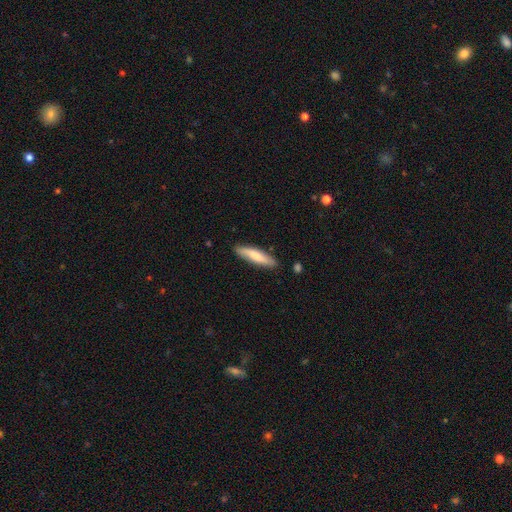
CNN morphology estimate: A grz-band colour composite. It shows a smooth galaxy with no disk features (70%) that is cigar-shaped (78%). Merging: none (85%).